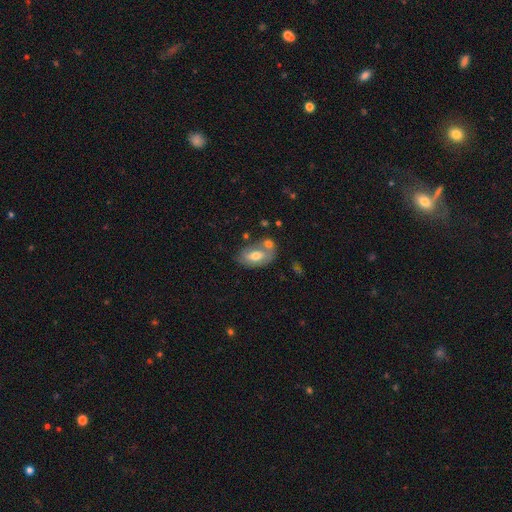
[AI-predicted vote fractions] Smooth or featured: smooth — 59% (featured or disk — 34%)
How rounded: in between — 91% (round — 7%)
Merging: none — 46% (merger — 28%)